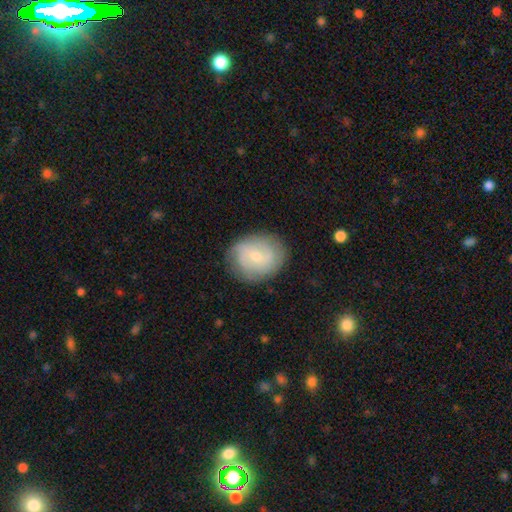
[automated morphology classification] featured or disk 53%, smooth 37%, star or artifact 10%. Down the decision tree: edge-on disk — no (96%); bar — no (49%); spiral arms — yes (79%); bulge size — small (62%); merging — none (82%).